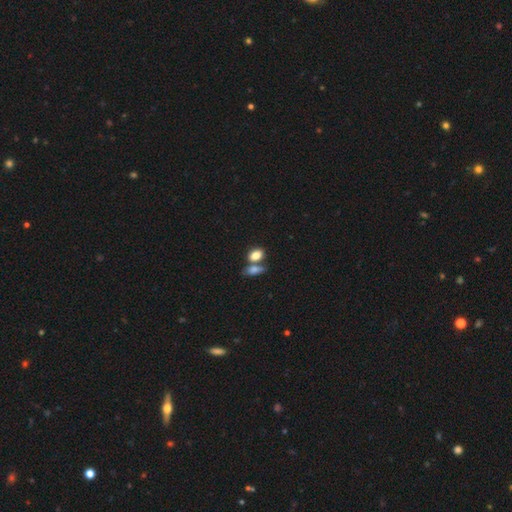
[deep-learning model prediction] smooth_or_featured: smooth (p=0.81) [alt: featured or disk p=0.10]
how_rounded: in between (p=0.81) [alt: round p=0.16]
merging: merger (p=0.44) [alt: none p=0.41]